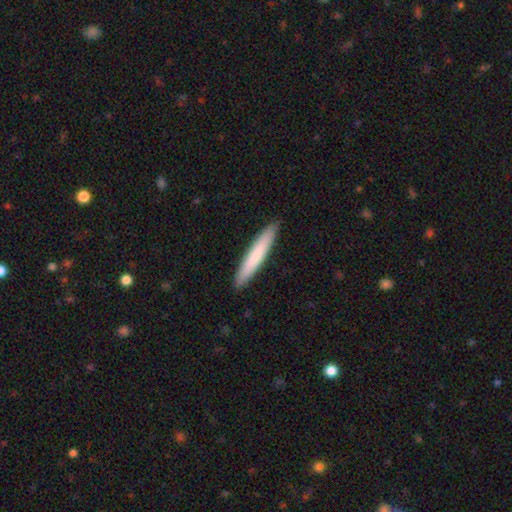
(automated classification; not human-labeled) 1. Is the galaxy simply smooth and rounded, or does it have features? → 75% smooth, 20% featured or disk, 5% star or artifact.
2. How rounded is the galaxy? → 94% cigar-shaped, 5% in between, 1% round.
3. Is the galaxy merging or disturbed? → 91% none, 6% minor disturbance, 1% major disturbance, 1% merger.